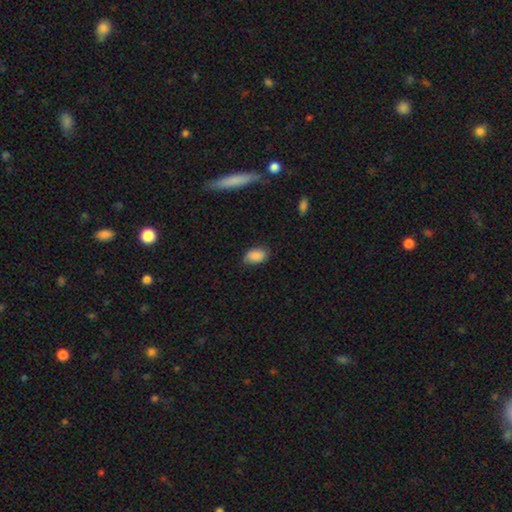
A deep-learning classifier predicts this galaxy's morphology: Smooth or featured: smooth — 87% (star or artifact — 7%)
How rounded: in between — 91% (round — 7%)
Merging: none — 77% (minor disturbance — 19%)